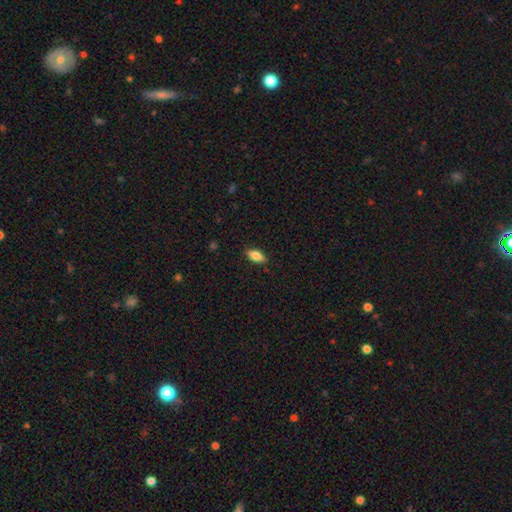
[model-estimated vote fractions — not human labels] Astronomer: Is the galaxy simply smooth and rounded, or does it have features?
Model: smooth — 80%.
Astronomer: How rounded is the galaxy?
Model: in between — 85%.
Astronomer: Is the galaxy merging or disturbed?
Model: none — 86%.